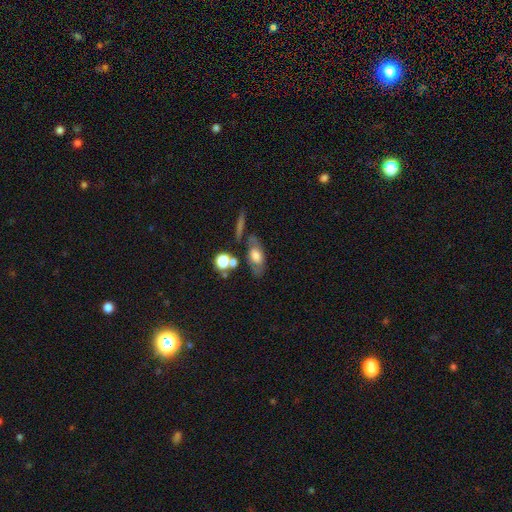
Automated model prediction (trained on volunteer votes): Smooth or featured? Predicted: smooth (p=0.55). How rounded? Predicted: in between (p=0.77). Merging? Predicted: none (p=0.61).